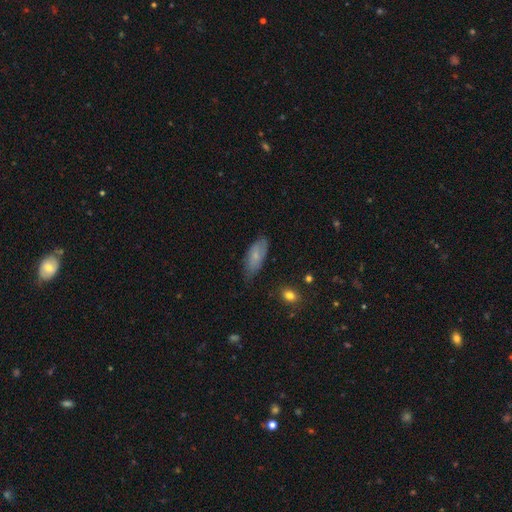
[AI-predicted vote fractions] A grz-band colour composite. It shows a smooth galaxy with no disk features (70%) that is in between round and cigar-shaped (84%). Merging: none (66%).